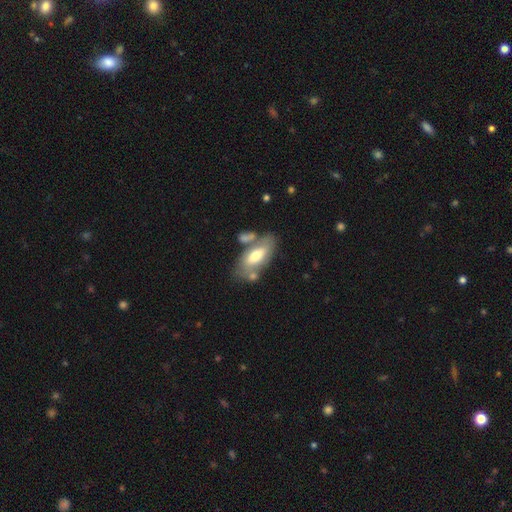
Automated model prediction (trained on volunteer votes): Smooth or featured?
  - smooth: 58% *
  - featured or disk: 36%
  - star or artifact: 6%
How rounded?
  - in between: 83% *
  - cigar-shaped: 14%
  - round: 3%
Merging?
  - none: 56% *
  - merger: 22%
  - minor disturbance: 16%
  - major disturbance: 6%